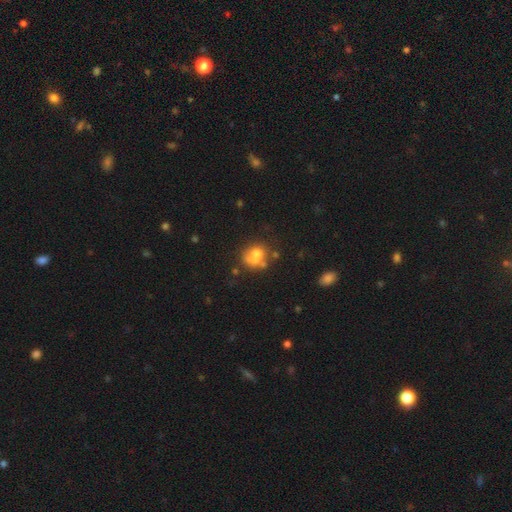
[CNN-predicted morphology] Q: Smooth or featured?
A: smooth (57%); runner-up: featured or disk (30%)
Q: How rounded?
A: round (65%); runner-up: in between (34%)
Q: Merging?
A: none (35%); runner-up: merger (34%)